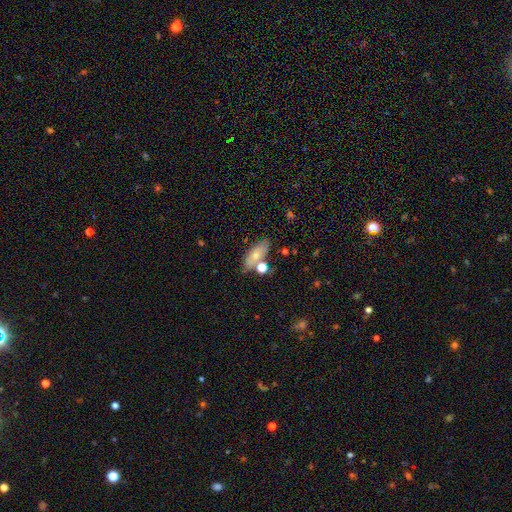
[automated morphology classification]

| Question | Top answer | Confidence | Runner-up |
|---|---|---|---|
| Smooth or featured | smooth | 71% | featured or disk (20%) |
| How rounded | in between | 75% | cigar-shaped (19%) |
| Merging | none | 65% | merger (15%) |